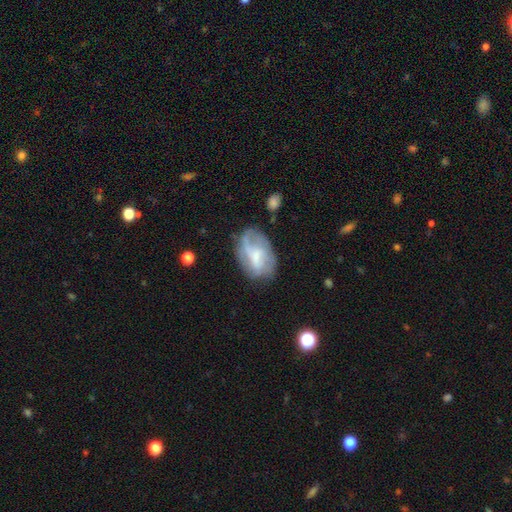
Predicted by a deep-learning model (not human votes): The model was most divided on "bar": weak: 44%, no: 42%, strong: 15%. Remaining: edge-on disk — no (96%); spiral arms — yes (59%); smooth or featured — featured or disk (54%); merging — none (51%); bulge size — small (41%).